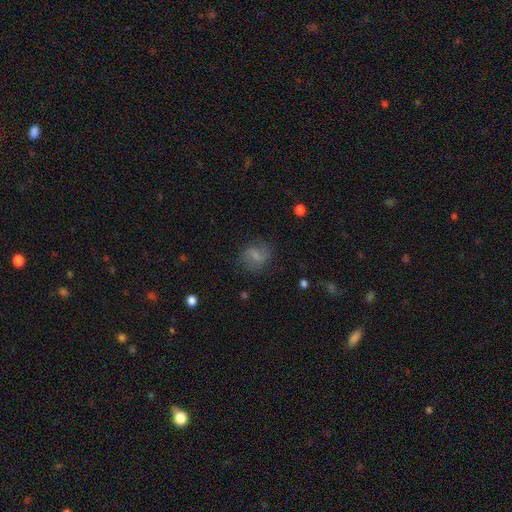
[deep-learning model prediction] Smooth or featured? Predicted: smooth (p=0.51). How rounded? Predicted: round (p=0.53). Merging? Predicted: none (p=0.71).